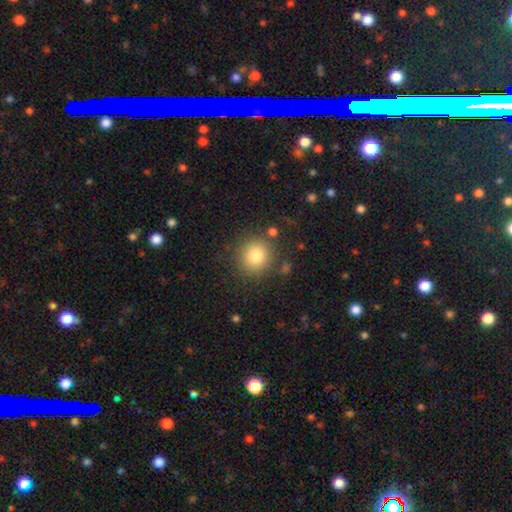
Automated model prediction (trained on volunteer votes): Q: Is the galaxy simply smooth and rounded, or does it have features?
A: smooth — 80%.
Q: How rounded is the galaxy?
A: round — 91%.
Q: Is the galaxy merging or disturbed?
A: none — 84%.